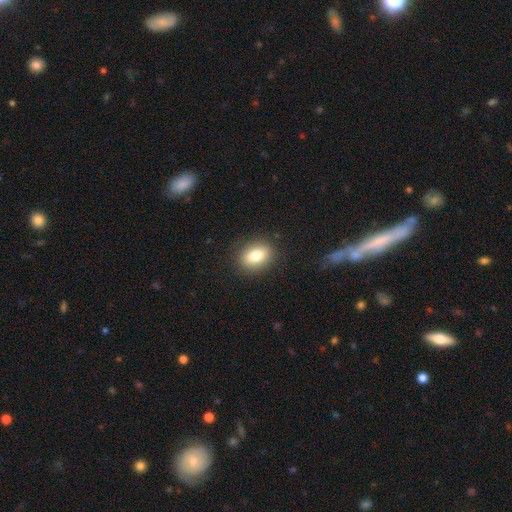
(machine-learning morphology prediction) Smooth or featured? Predicted: smooth (p=0.81). How rounded? Predicted: in between (p=0.72). Merging? Predicted: none (p=0.87).